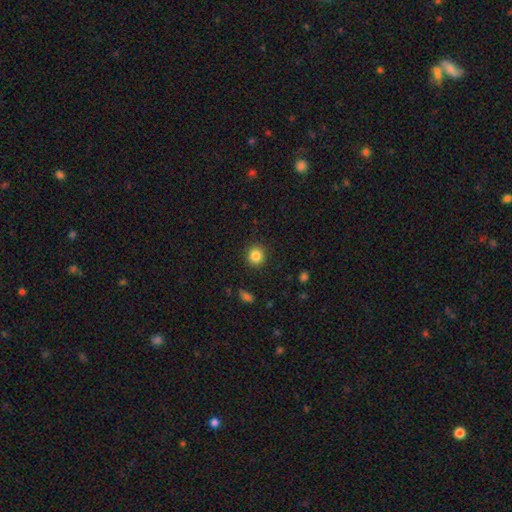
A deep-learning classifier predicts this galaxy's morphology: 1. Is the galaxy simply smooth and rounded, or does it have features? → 84% smooth, 10% star or artifact, 5% featured or disk.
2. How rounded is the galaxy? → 90% round, 9% in between, 1% cigar-shaped.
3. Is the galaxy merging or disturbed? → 90% none, 7% minor disturbance, 2% major disturbance, 1% merger.